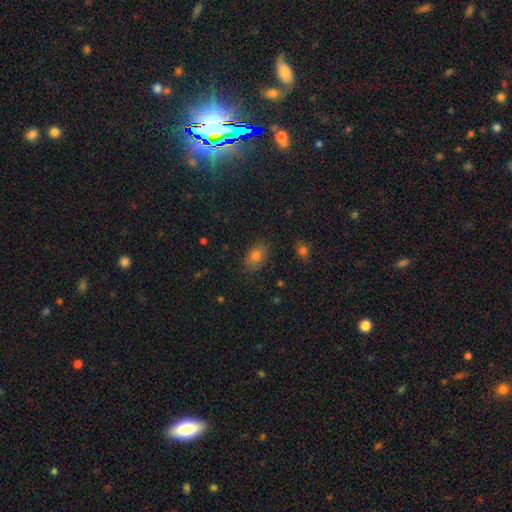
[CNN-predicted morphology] Overall: smooth (77%). How rounded: in between (85%). Merging: none (82%).